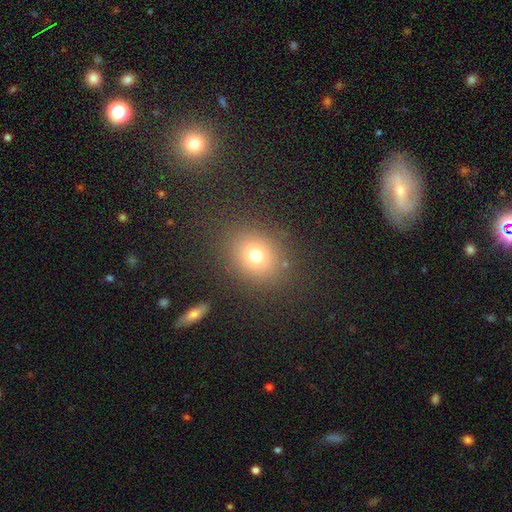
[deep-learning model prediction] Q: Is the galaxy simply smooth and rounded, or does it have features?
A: smooth — 72%.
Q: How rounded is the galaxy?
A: round — 67%.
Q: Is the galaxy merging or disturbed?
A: none — 84%.